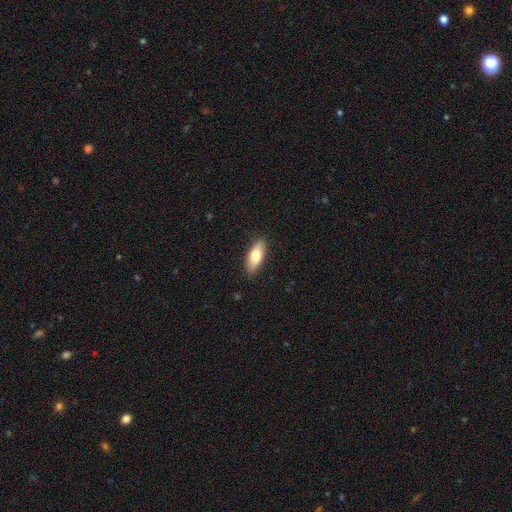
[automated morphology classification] Smooth or featured? Predicted: smooth (p=0.77). How rounded? Predicted: in between (p=0.78). Merging? Predicted: none (p=0.88).